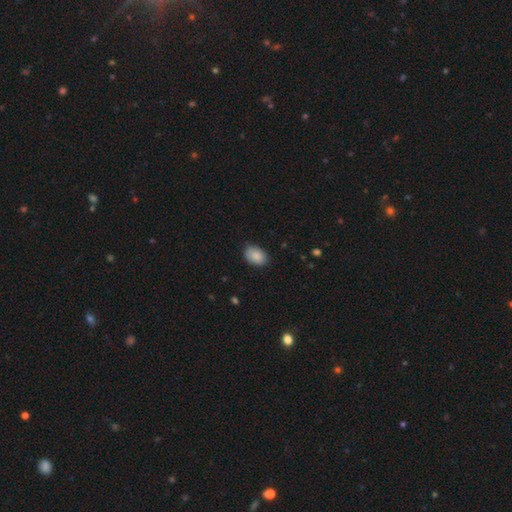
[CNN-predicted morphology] This appears to be a smooth galaxy with no disk features (88%) that is in between round and cigar-shaped (80%). Merging: none (78%).